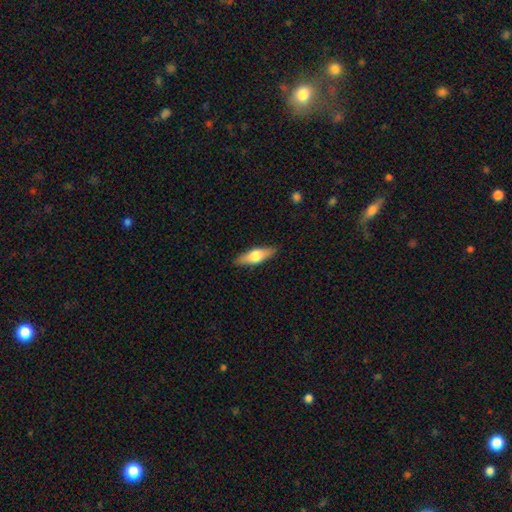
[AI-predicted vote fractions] A smooth galaxy with no disk features (57%) that is in between round and cigar-shaped (53%). Merging: none (88%).